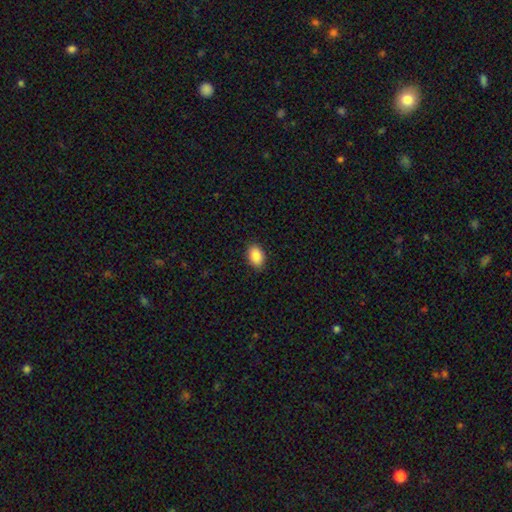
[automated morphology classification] A smooth galaxy with no disk features (89%) that is in between round and cigar-shaped (87%).

Vote fractions:
- Smooth or featured? smooth: 89% / star or artifact: 8% / featured or disk: 4%
- How rounded? in between: 87% / round: 12% / cigar-shaped: 1%
- Merging? none: 88% / minor disturbance: 9% / major disturbance: 2% / merger: 1%